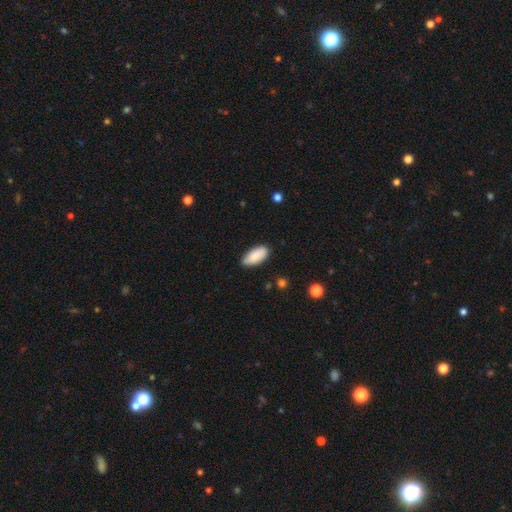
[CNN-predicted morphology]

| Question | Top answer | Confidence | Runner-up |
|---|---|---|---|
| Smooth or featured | smooth | 88% | star or artifact (6%) |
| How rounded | in between | 89% | cigar-shaped (9%) |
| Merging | none | 83% | minor disturbance (13%) |